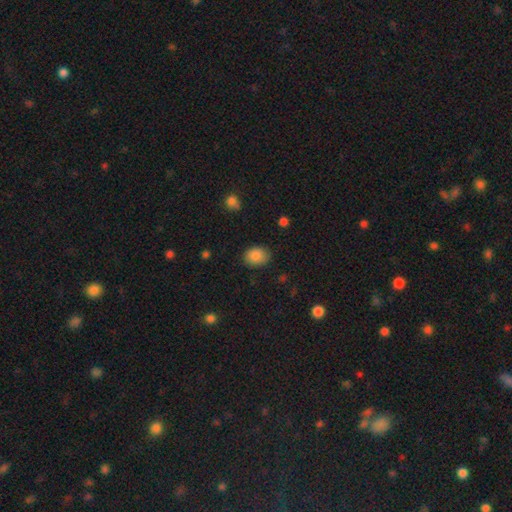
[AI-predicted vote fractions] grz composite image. It shows a smooth galaxy with no disk features (86%) that is in between round and cigar-shaped (65%). Merging: none (81%).